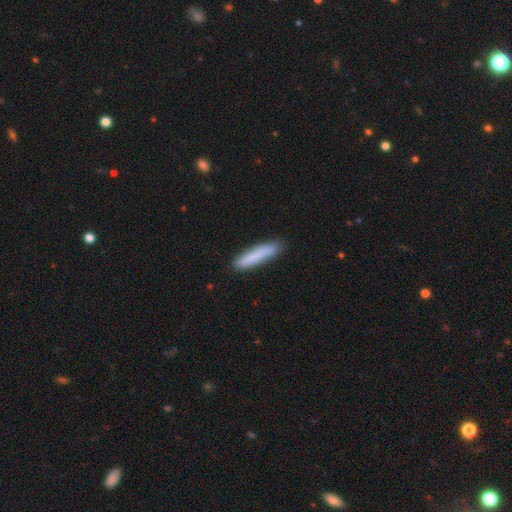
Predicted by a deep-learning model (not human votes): smooth-or-featured: smooth: 83% | featured or disk: 11% | star or artifact: 6%
  how-rounded: cigar-shaped: 88% | in between: 10% | round: 1%
  merging: none: 84% | minor disturbance: 12% | major disturbance: 2% | merger: 2%